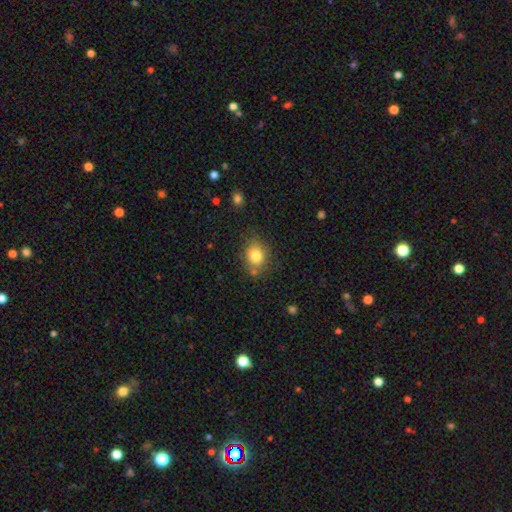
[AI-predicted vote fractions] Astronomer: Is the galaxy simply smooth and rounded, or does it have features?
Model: smooth — 81%.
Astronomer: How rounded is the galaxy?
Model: round — 59% (runner-up: in between, 40%).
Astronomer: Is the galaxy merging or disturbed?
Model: none — 73%.